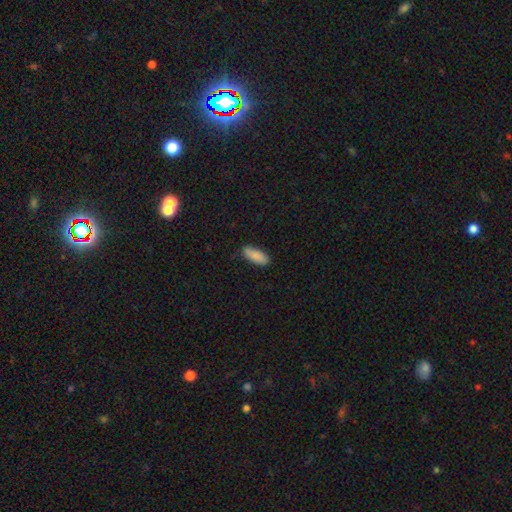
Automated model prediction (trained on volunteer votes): smooth-or-featured: smooth: 88% | star or artifact: 6% | featured or disk: 6%
  how-rounded: in between: 74% | cigar-shaped: 24% | round: 2%
  merging: none: 82% | minor disturbance: 14% | major disturbance: 2% | merger: 1%